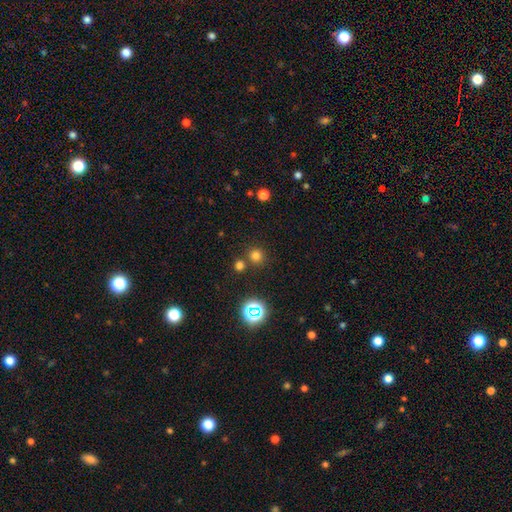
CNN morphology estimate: This is likely a smooth galaxy (72%). How rounded: clearly round (93%). Merging: likely none (75%).